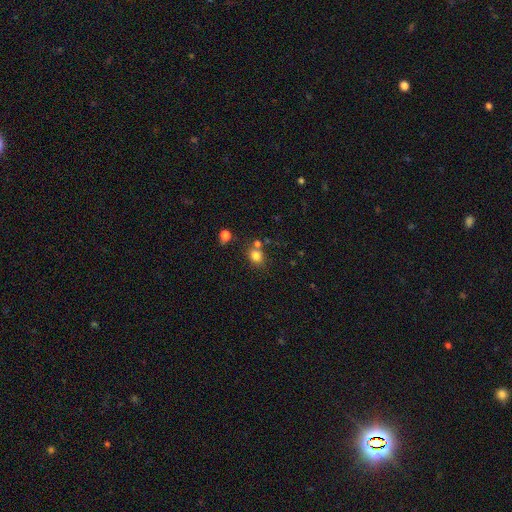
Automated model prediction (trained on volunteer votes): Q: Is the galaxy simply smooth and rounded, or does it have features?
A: smooth — 79%.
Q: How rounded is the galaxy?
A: round — 66%.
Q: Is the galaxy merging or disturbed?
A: none — 62%.